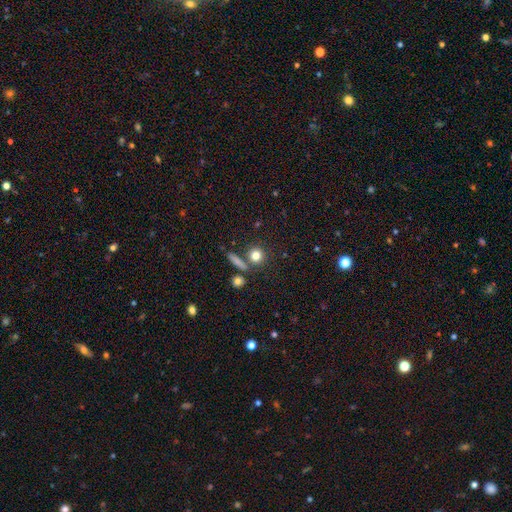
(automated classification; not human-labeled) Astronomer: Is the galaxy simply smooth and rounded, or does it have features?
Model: smooth — 79%.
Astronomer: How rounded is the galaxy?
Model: round — 84%.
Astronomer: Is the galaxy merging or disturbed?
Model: none — 72%.